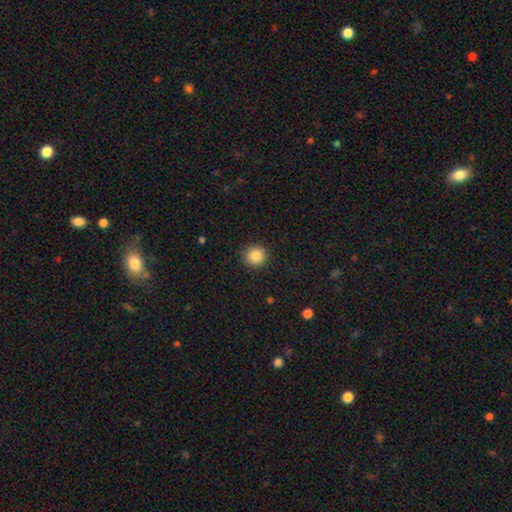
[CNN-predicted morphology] Smooth or featured? Predicted: smooth (p=0.86). How rounded? Predicted: round (p=0.92). Merging? Predicted: none (p=0.91).